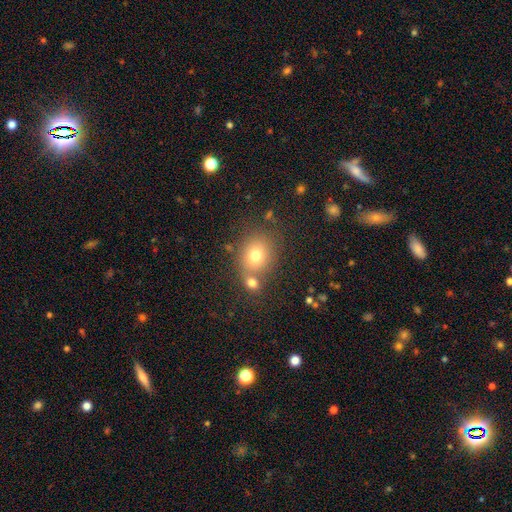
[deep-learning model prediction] This is likely a smooth galaxy (75%). How rounded: likely round (64%). Merging: possibly none (58%).